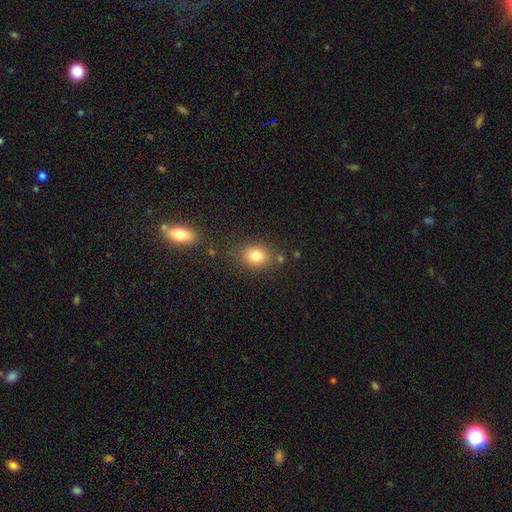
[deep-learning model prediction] smooth 80%, star or artifact 12%, featured or disk 9%. Down the decision tree: how rounded — round (56%); merging — none (77%).